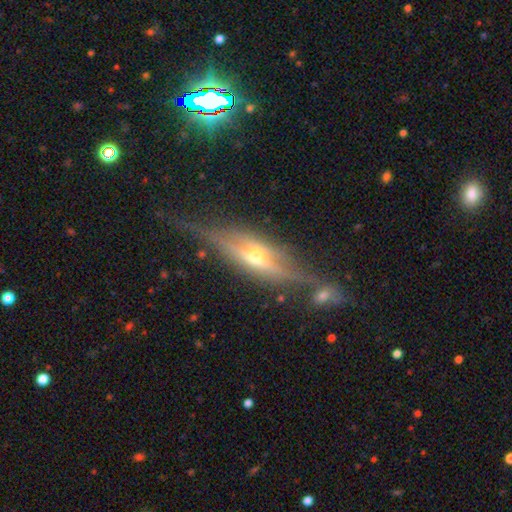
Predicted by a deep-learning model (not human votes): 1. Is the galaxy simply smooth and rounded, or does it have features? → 76% featured or disk, 17% smooth, 8% star or artifact.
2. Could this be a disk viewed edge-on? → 89% yes, 11% no.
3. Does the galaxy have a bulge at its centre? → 90% rounded, 6% boxy, 4% none.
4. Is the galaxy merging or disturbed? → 68% none, 18% minor disturbance, 8% major disturbance, 6% merger.